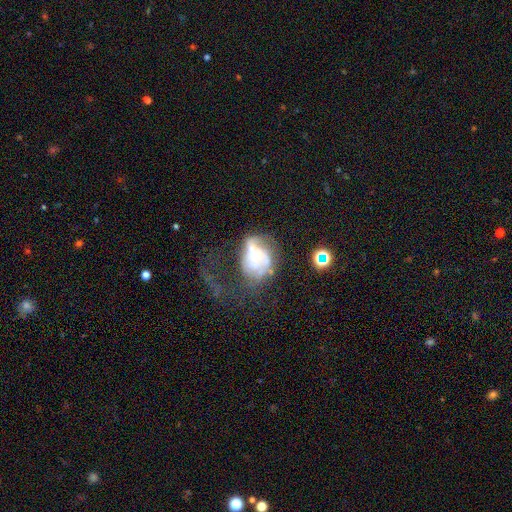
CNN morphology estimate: Smooth or featured? featured or disk (66%)
Edge-on disk? no (97%)
Bar? no (78%)
Spiral arms? yes (60%)
Bulge size? small (49%)
Merging? major disturbance (48%)